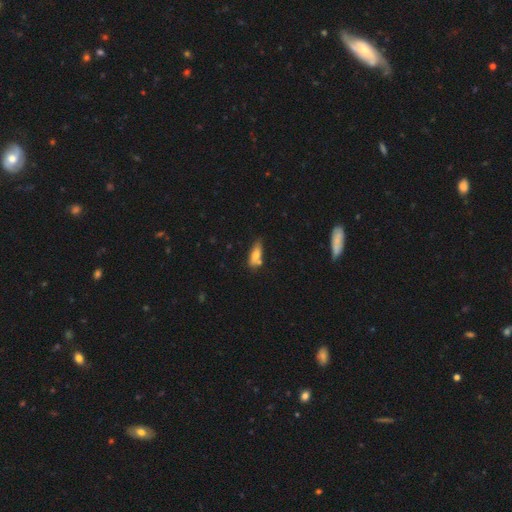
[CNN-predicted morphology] Smooth or featured: smooth — 69% (featured or disk — 23%)
How rounded: in between — 64% (cigar-shaped — 33%)
Merging: none — 54% (minor disturbance — 24%)